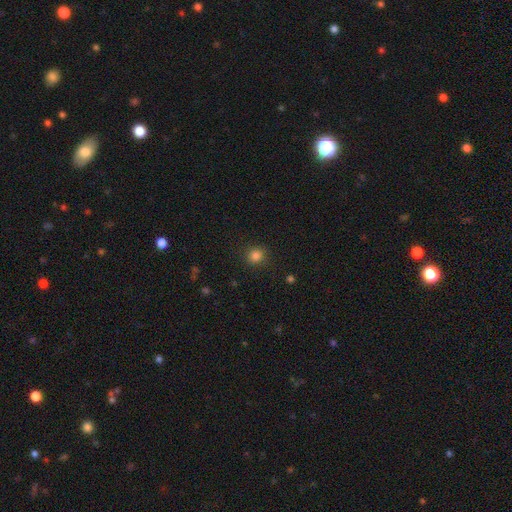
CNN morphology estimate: smooth_or_featured: smooth (p=0.83) [alt: star or artifact p=0.13]
how_rounded: round (p=0.85) [alt: in between p=0.14]
merging: none (p=0.89) [alt: minor disturbance p=0.08]